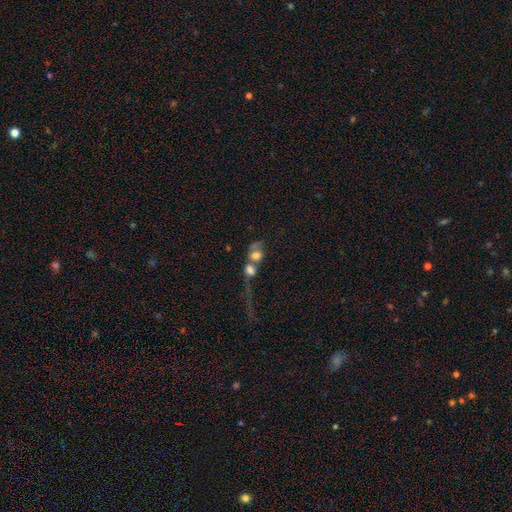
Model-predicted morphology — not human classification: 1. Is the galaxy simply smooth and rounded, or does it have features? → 60% smooth, 28% featured or disk, 12% star or artifact.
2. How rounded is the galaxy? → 49% in between, 48% round, 3% cigar-shaped.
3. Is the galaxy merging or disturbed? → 71% merger, 12% major disturbance, 11% none, 5% minor disturbance.